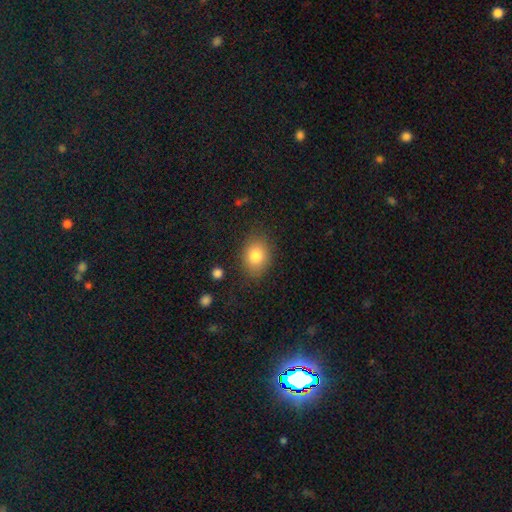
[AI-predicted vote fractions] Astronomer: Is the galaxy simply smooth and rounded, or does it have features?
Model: smooth — 82%.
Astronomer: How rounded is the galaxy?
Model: in between — 60% (runner-up: round, 39%).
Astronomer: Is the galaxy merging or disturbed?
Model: none — 81%.